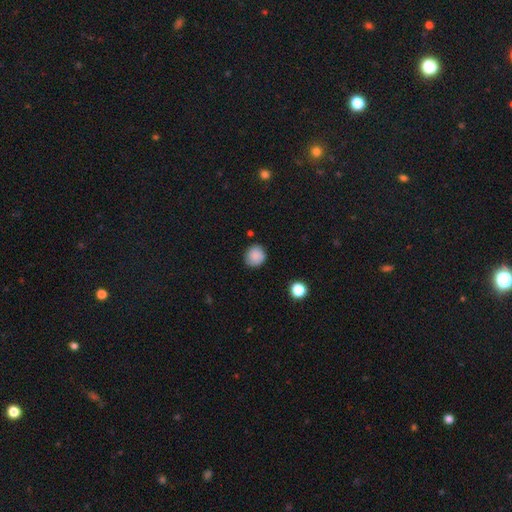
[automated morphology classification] smooth-or-featured: smooth: 85% | star or artifact: 9% | featured or disk: 6%
  how-rounded: round: 85% | in between: 14% | cigar-shaped: 1%
  merging: none: 82% | minor disturbance: 14% | major disturbance: 3% | merger: 2%